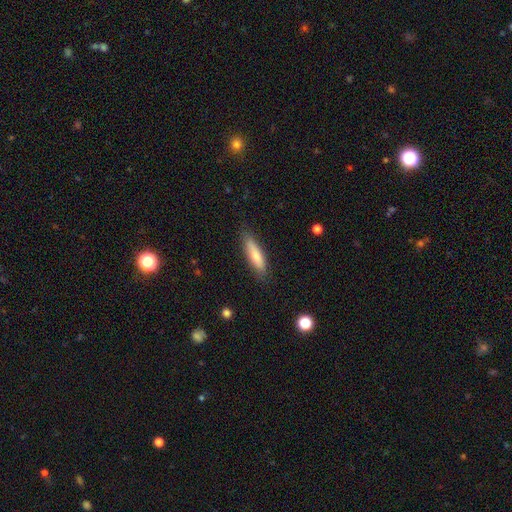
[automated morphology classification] Overall: smooth (72%). How rounded: cigar-shaped (64%; in between 34%). Merging: none (82%).